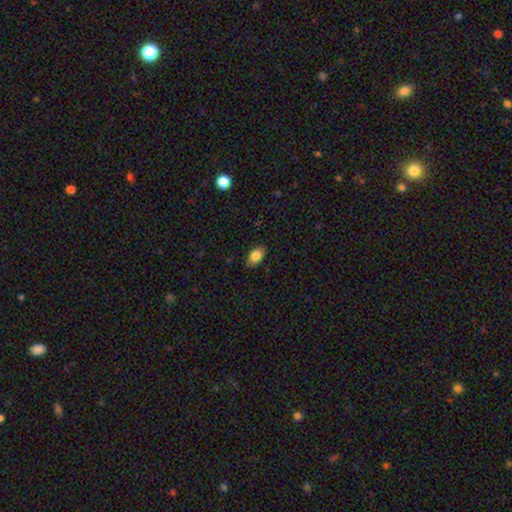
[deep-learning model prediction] A smooth galaxy with no disk features (84%) that is in between round and cigar-shaped (91%).

Vote fractions:
- Smooth or featured? smooth: 84% / featured or disk: 9% / star or artifact: 8%
- How rounded? in between: 91% / round: 7% / cigar-shaped: 3%
- Merging? none: 84% / minor disturbance: 13% / major disturbance: 2% / merger: 1%